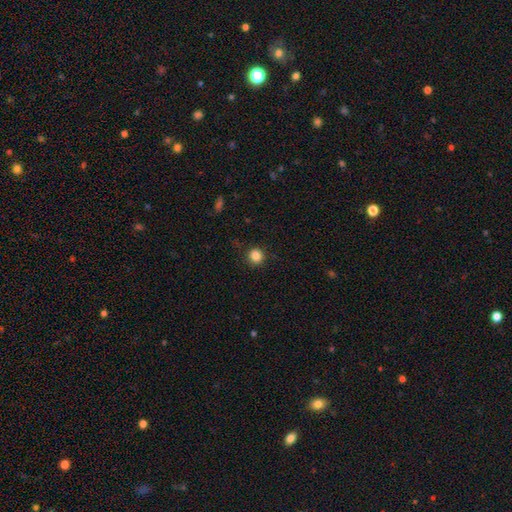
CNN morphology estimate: Overall: smooth (85%). How rounded: round (92%). Merging: none (89%).